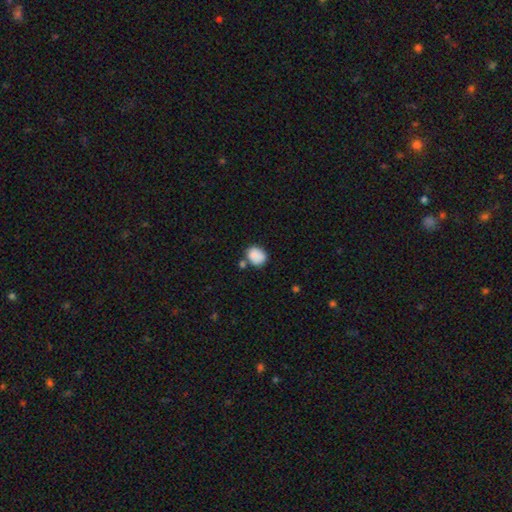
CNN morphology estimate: Q: Smooth or featured?
A: smooth (86%); runner-up: star or artifact (8%)
Q: How rounded?
A: round (58%); runner-up: in between (41%)
Q: Merging?
A: none (60%); runner-up: minor disturbance (18%)